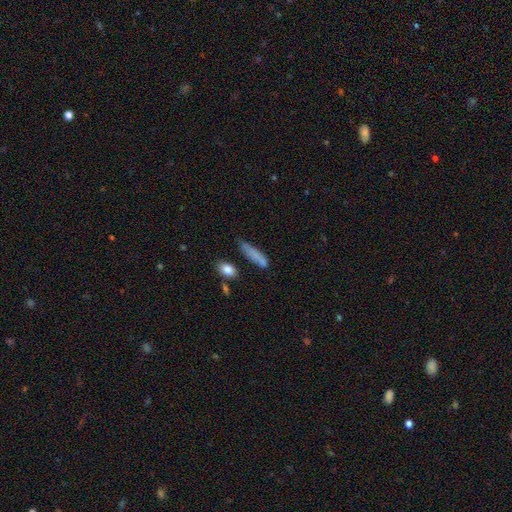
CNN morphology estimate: Smooth or featured? smooth (77%)
How rounded? cigar-shaped (78%)
Merging? none (62%)